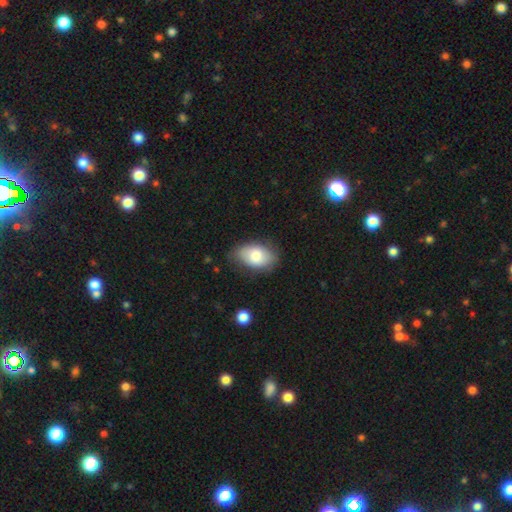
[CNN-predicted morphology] Smooth or featured? Predicted: smooth (p=0.77). How rounded? Predicted: in between (p=0.89). Merging? Predicted: none (p=0.71).